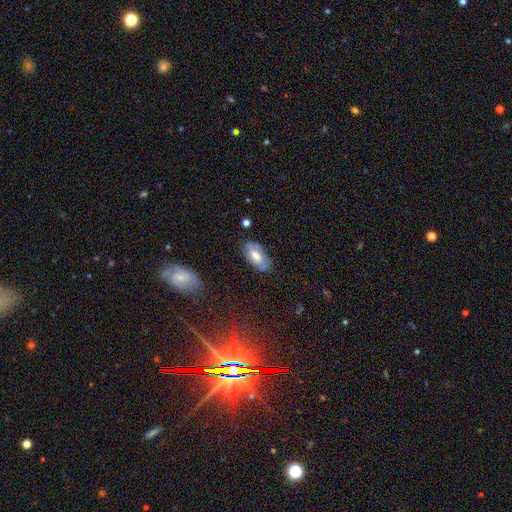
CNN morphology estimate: smooth-or-featured: smooth: 58% | featured or disk: 34% | star or artifact: 8%
  how-rounded: in between: 89% | cigar-shaped: 8% | round: 3%
  merging: none: 67% | minor disturbance: 23% | major disturbance: 6% | merger: 4%